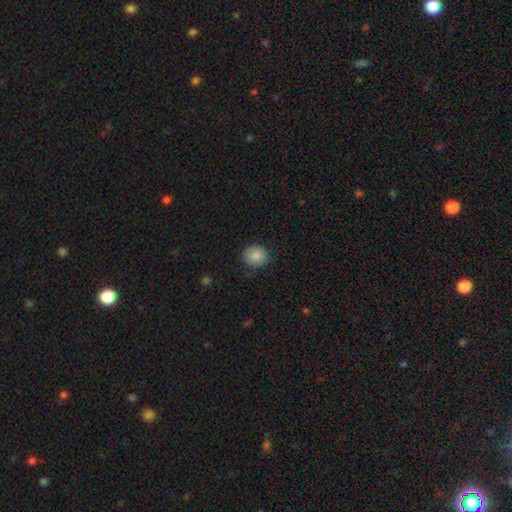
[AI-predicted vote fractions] A smooth galaxy with no disk features (86%) that is round (90%).

Vote fractions:
- Smooth or featured? smooth: 86% / star or artifact: 8% / featured or disk: 6%
- How rounded? round: 90% / in between: 9% / cigar-shaped: 1%
- Merging? none: 83% / minor disturbance: 13% / major disturbance: 3% / merger: 1%